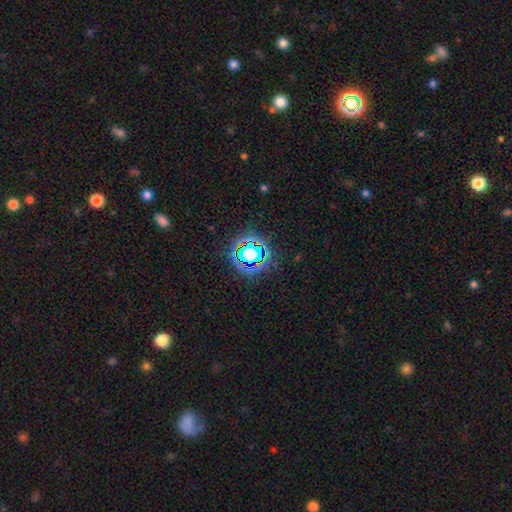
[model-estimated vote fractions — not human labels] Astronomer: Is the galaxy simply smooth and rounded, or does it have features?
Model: star or artifact — 70%.